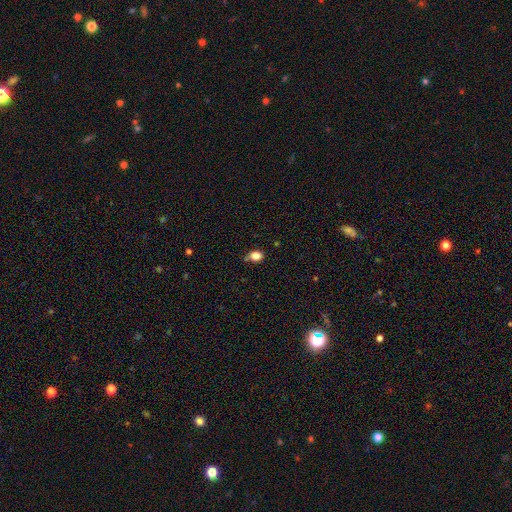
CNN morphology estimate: smooth_or_featured: smooth (p=0.82) [alt: star or artifact p=0.12]
how_rounded: in between (p=0.59) [alt: round p=0.40]
merging: none (p=0.64) [alt: minor disturbance p=0.25]